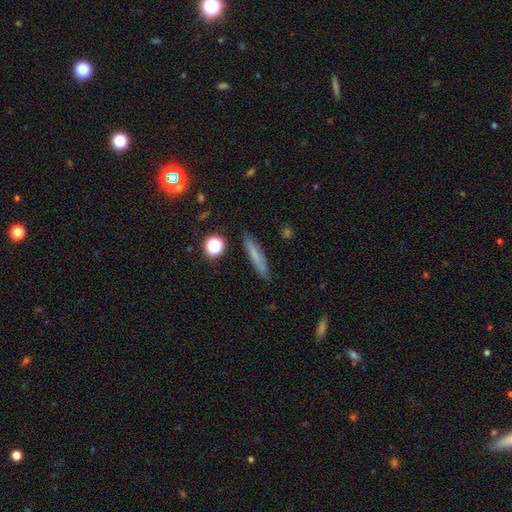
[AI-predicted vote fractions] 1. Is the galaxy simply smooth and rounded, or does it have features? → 67% smooth, 23% featured or disk, 10% star or artifact.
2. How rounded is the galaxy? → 88% cigar-shaped, 9% in between, 3% round.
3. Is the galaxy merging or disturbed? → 85% none, 11% minor disturbance, 3% major disturbance, 2% merger.